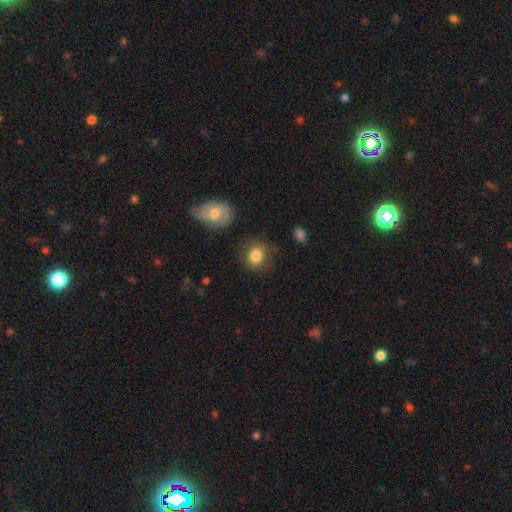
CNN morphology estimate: The model was most divided on "how rounded": round: 71%, in between: 28%, cigar-shaped: 1%. More confident: smooth or featured — smooth (82%); merging — none (76%).